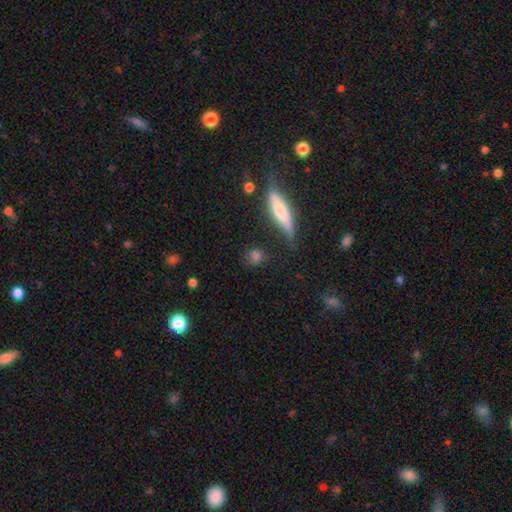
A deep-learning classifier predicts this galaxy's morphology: smooth 75%, featured or disk 14%, star or artifact 12%. Down the decision tree: how rounded — round (58%); merging — none (73%).